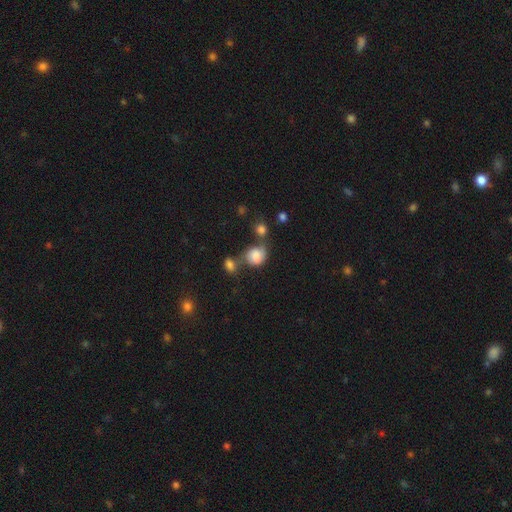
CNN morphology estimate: Smooth or featured?
  - smooth: 78% *
  - featured or disk: 12%
  - star or artifact: 10%
How rounded?
  - round: 61% *
  - in between: 37%
  - cigar-shaped: 1%
Merging?
  - none: 36% *
  - merger: 33%
  - minor disturbance: 20%
  - major disturbance: 12%